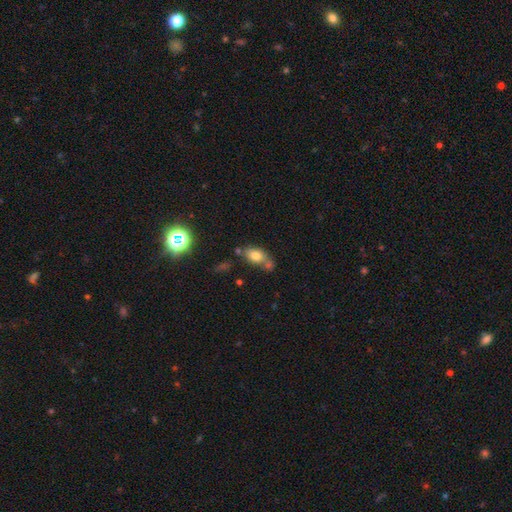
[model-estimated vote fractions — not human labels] This is likely a smooth galaxy (76%). How rounded: clearly in between (81%). Merging: possibly none (49%).